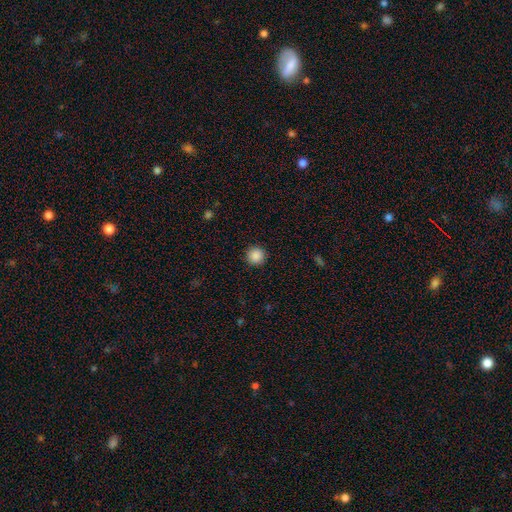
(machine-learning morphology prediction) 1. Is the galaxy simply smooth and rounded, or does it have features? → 88% smooth, 9% star or artifact, 3% featured or disk.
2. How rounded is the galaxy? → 95% round, 4% in between, 1% cigar-shaped.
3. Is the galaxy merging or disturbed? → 92% none, 5% minor disturbance, 2% major disturbance, 1% merger.